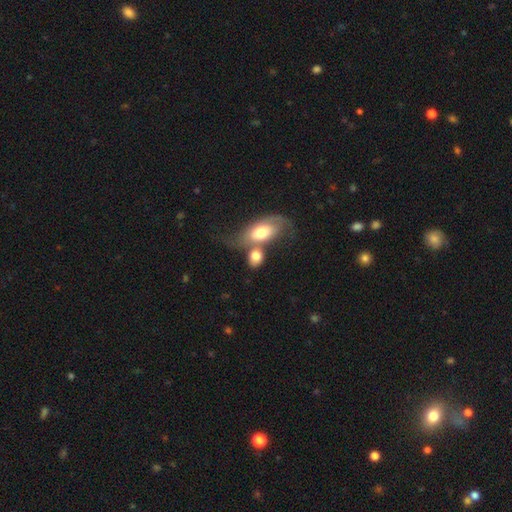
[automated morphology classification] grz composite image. It shows a smooth galaxy with no disk features (69%) that is in between round and cigar-shaped (71%). Merging: merger (51%).